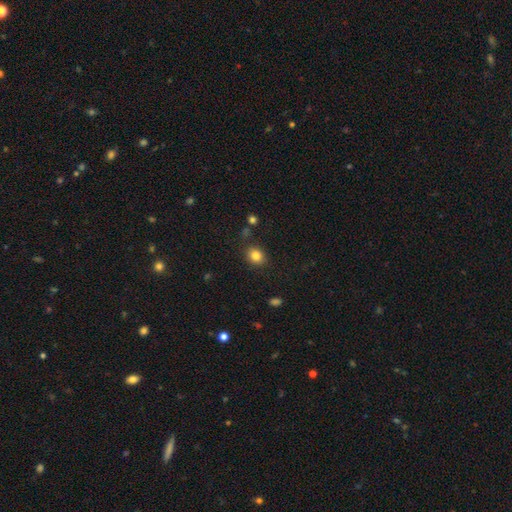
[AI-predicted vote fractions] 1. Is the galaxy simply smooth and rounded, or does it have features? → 83% smooth, 11% star or artifact, 6% featured or disk.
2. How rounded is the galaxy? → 60% round, 39% in between, 1% cigar-shaped.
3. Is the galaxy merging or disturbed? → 85% none, 10% minor disturbance, 3% major disturbance, 3% merger.